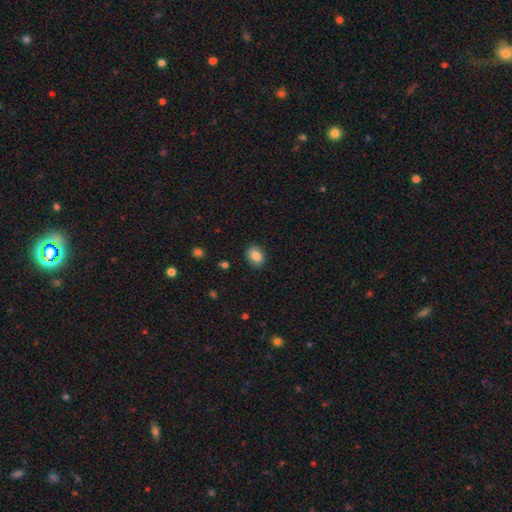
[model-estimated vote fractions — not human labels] This is clearly a smooth galaxy (86%). How rounded: likely in between (69%). Merging: clearly none (85%).